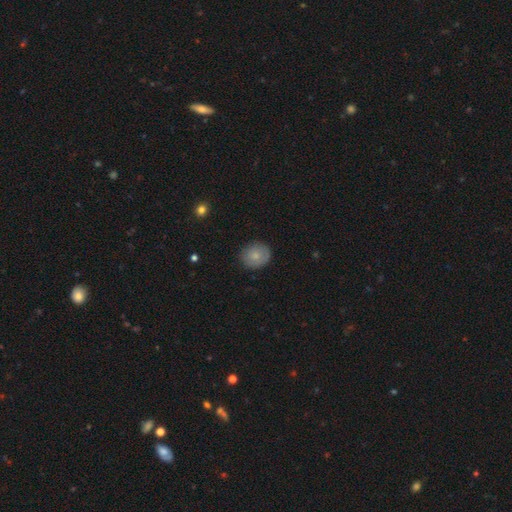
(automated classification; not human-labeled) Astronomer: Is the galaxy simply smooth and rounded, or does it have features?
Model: smooth — 77%.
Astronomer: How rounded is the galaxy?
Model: round — 78%.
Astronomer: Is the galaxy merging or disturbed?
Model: none — 83%.